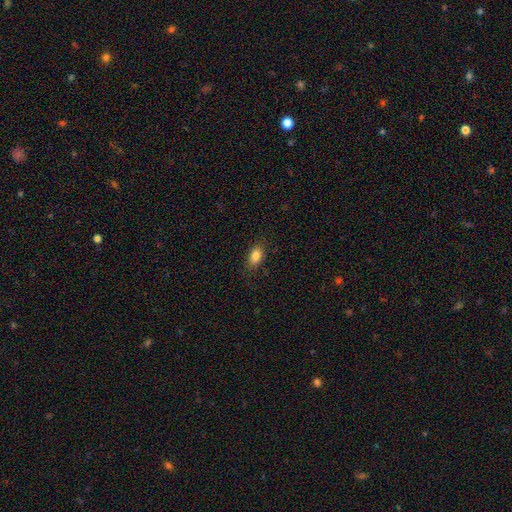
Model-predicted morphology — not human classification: This appears to be a smooth galaxy with no disk features (85%) that is in between round and cigar-shaped (88%). Merging: none (83%).